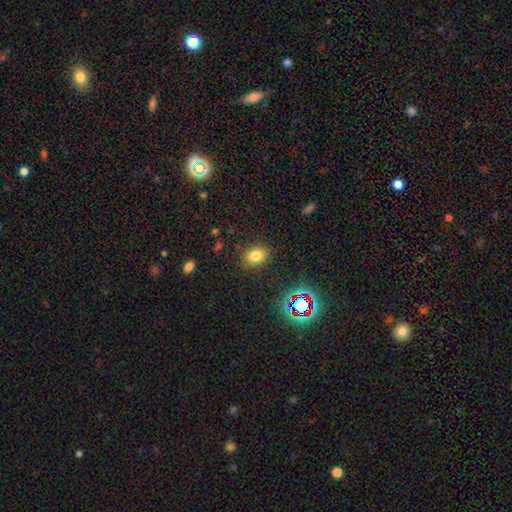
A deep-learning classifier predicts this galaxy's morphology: type=smooth (76%); roundness=in between (60%); merging=none (85%).